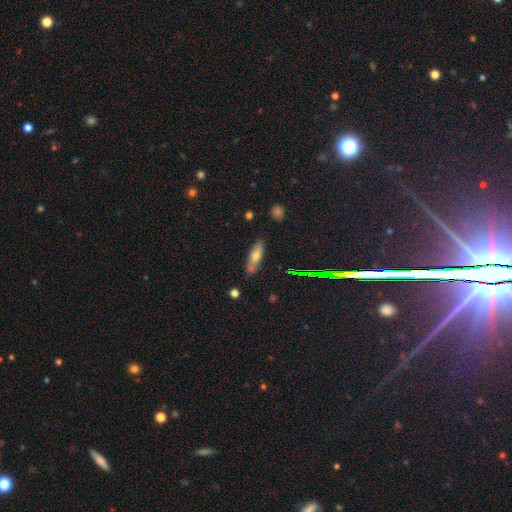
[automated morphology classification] This is likely a smooth galaxy (64%). How rounded: possibly cigar-shaped (53%). Merging: likely none (72%).